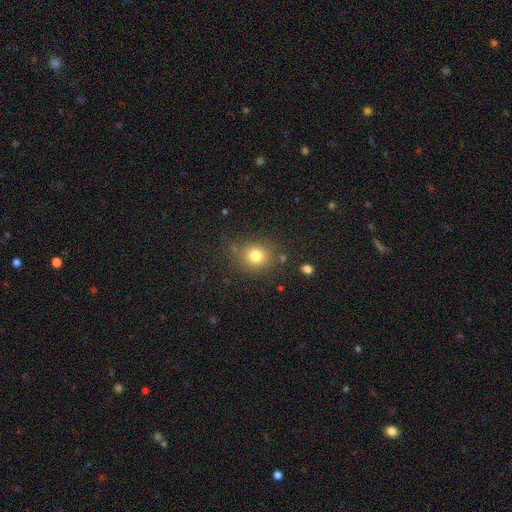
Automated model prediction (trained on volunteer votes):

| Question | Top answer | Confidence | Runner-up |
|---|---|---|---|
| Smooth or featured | smooth | 78% | star or artifact (13%) |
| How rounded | round | 77% | in between (22%) |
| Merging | none | 78% | minor disturbance (13%) |